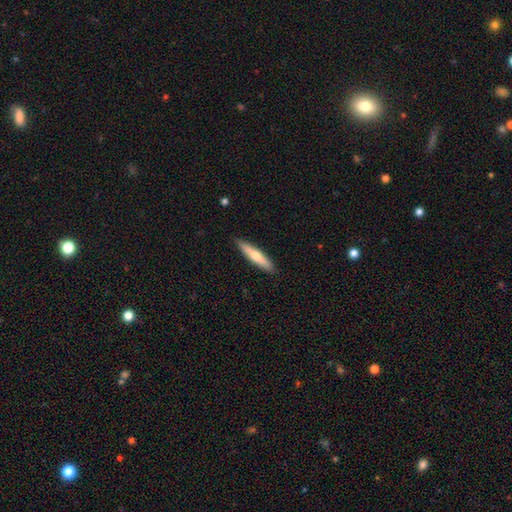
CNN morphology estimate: Q: Smooth or featured?
A: smooth (58%); runner-up: featured or disk (37%)
Q: How rounded?
A: cigar-shaped (87%); runner-up: in between (11%)
Q: Merging?
A: none (89%); runner-up: minor disturbance (8%)